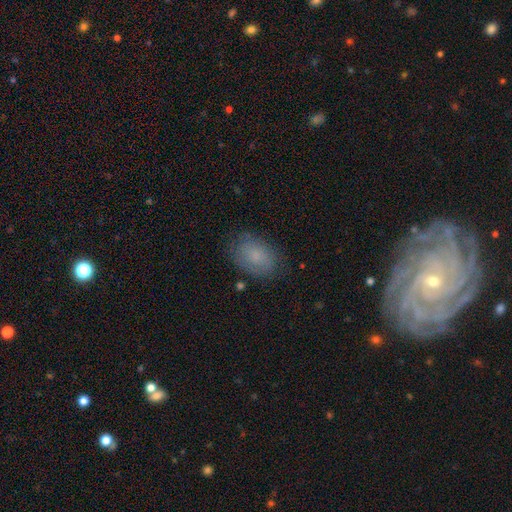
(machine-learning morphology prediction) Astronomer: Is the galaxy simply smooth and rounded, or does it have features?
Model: smooth — 75%.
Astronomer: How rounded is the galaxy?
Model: in between — 81%.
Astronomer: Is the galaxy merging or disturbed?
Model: none — 76%.